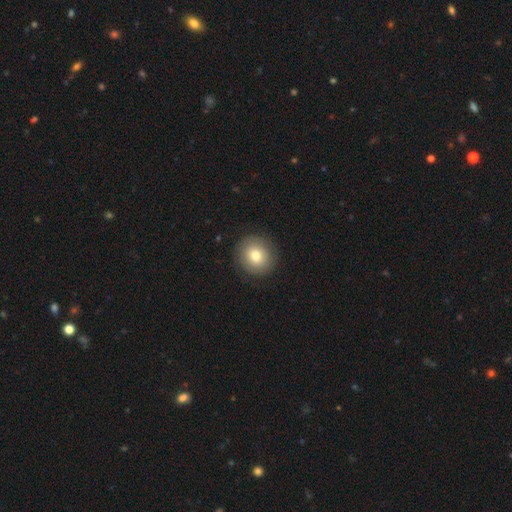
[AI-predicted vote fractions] This is likely a smooth galaxy (77%). How rounded: clearly round (91%). Merging: clearly none (89%).